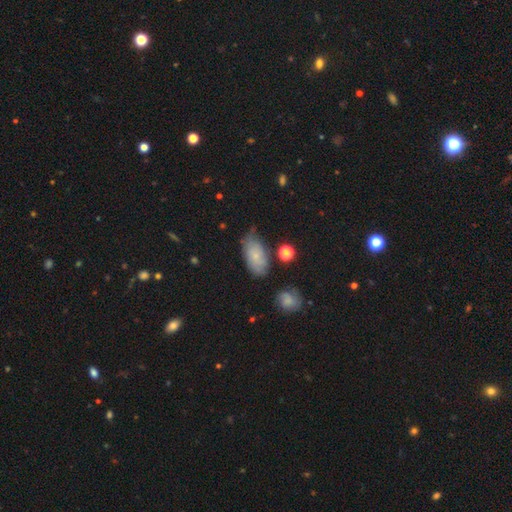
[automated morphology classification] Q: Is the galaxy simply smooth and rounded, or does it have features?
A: smooth — 66%.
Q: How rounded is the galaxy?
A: in between — 91%.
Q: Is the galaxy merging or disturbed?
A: none — 59%.